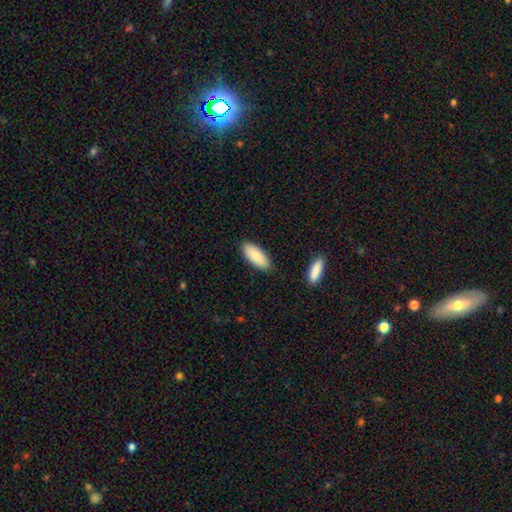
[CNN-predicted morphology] smooth 87%, featured or disk 7%, star or artifact 6%. Down the decision tree: how rounded — in between (83%); merging — none (87%).